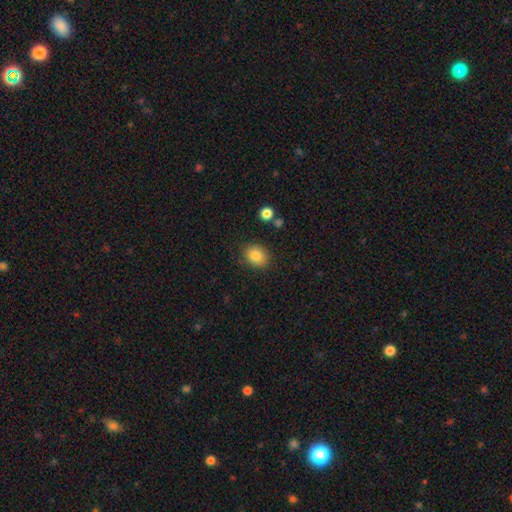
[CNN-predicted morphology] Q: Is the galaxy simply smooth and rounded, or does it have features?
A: smooth — 85%.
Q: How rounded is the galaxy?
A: round — 50%.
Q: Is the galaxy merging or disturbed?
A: none — 85%.